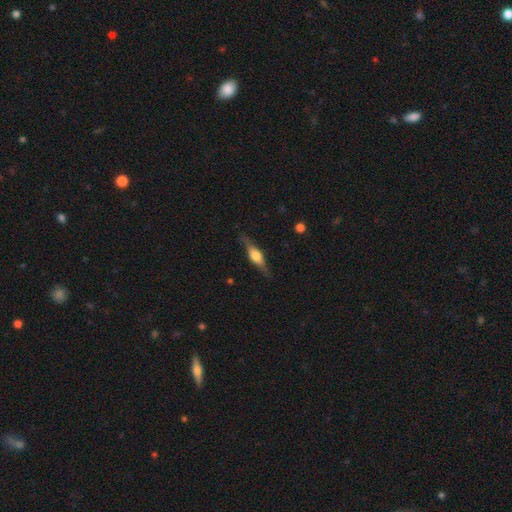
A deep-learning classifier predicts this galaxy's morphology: Q: Smooth or featured?
A: featured or disk (61%); runner-up: smooth (33%)
Q: Edge-on disk?
A: yes (93%); runner-up: no (7%)
Q: Edge-on bulge?
A: rounded (86%); runner-up: boxy (11%)
Q: Merging?
A: none (82%); runner-up: minor disturbance (13%)